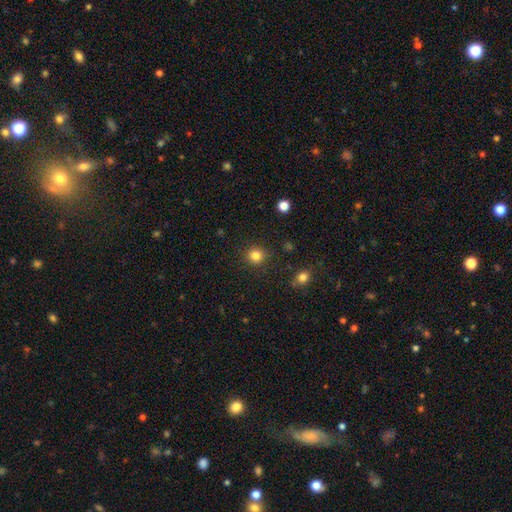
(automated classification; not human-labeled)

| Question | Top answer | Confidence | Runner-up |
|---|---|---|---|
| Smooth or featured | smooth | 83% | star or artifact (12%) |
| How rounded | round | 90% | in between (9%) |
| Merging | none | 90% | minor disturbance (7%) |